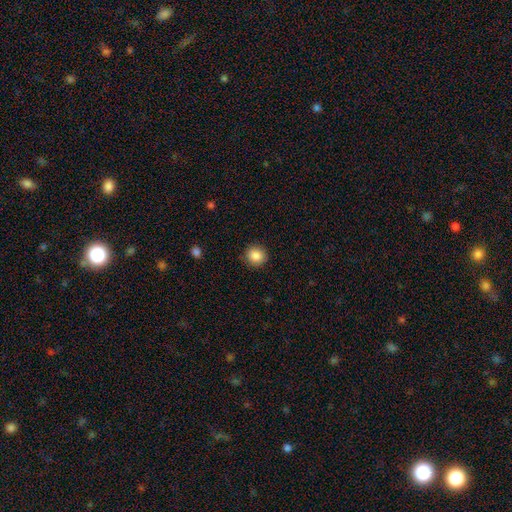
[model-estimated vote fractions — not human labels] The model was most divided on "smooth or featured": smooth: 87%, star or artifact: 9%, featured or disk: 4%. More confident: how rounded — round (92%); merging — none (90%).